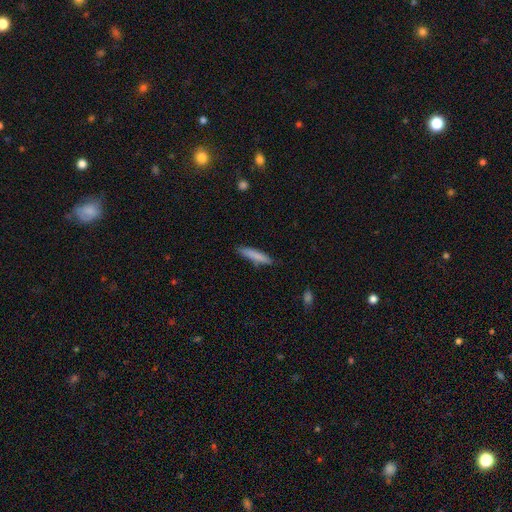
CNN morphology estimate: smooth 81%, featured or disk 12%, star or artifact 6%. Down the decision tree: how rounded — cigar-shaped (88%); merging — none (83%).